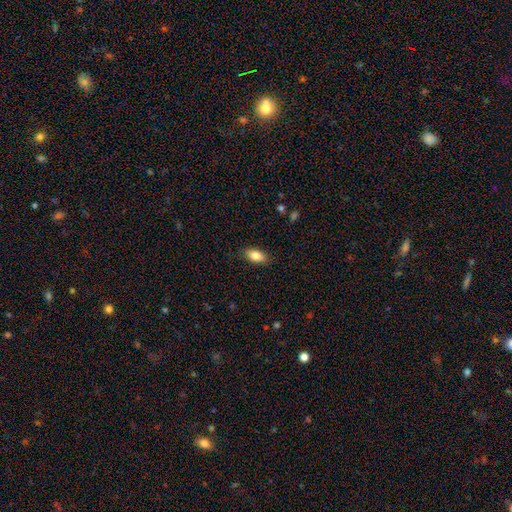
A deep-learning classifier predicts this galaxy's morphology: This appears to be a smooth galaxy with no disk features (84%) that is in between round and cigar-shaped (89%). Merging: none (87%).